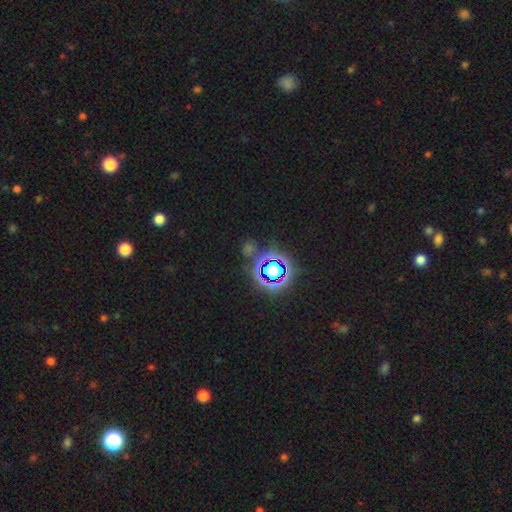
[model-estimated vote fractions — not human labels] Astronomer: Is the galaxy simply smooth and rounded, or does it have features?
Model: star or artifact — 80%.